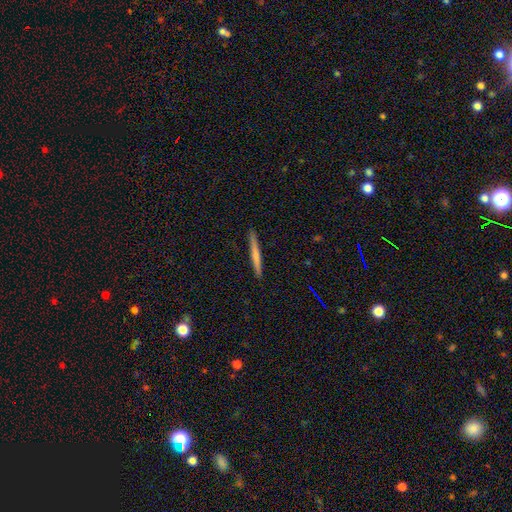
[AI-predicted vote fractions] Smooth or featured: smooth — 58% (featured or disk — 36%)
How rounded: cigar-shaped — 96% (in between — 2%)
Merging: none — 90% (minor disturbance — 7%)